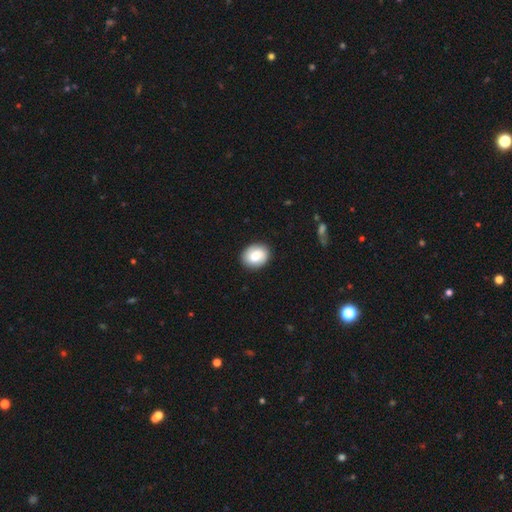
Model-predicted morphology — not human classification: Overall: smooth (76%). How rounded: in between (51%; round 48%). Merging: none (87%).